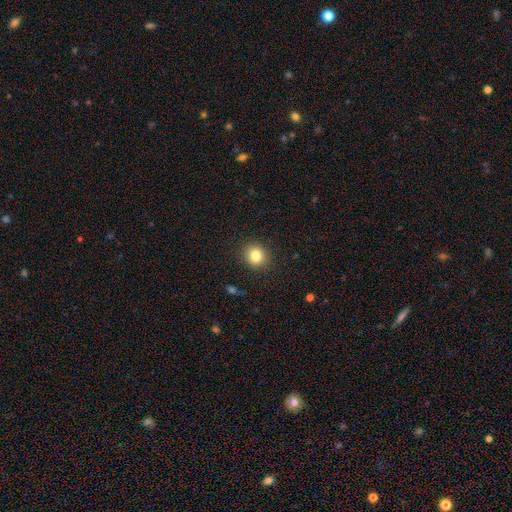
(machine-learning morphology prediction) This appears to be a smooth galaxy with no disk features (83%) that is round (84%). Merging: none (90%).